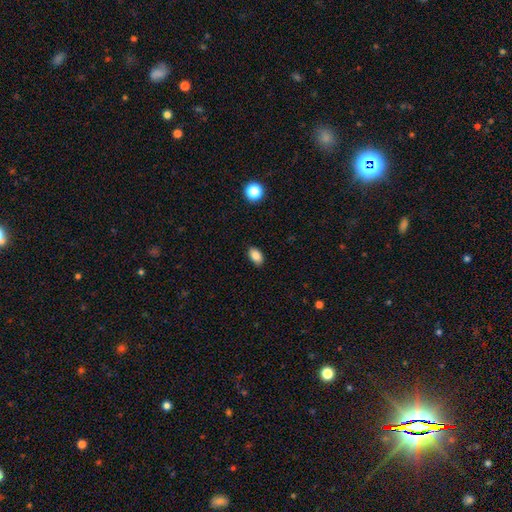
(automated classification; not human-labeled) smooth-or-featured: smooth: 86% | star or artifact: 9% | featured or disk: 6%
  how-rounded: in between: 90% | round: 8% | cigar-shaped: 2%
  merging: none: 88% | minor disturbance: 9% | major disturbance: 2% | merger: 1%